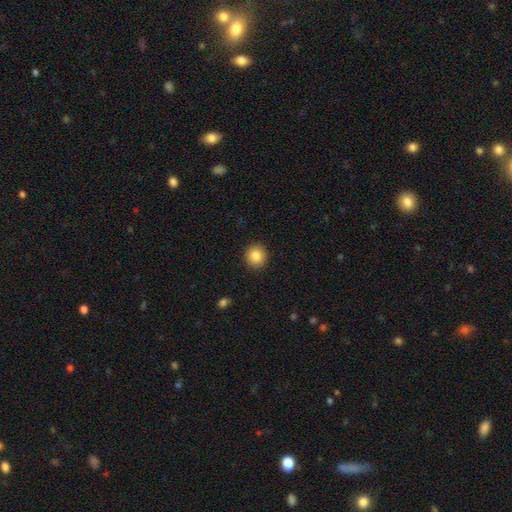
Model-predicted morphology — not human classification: This appears to be a smooth galaxy with no disk features (84%) that is round (91%). Merging: none (92%).